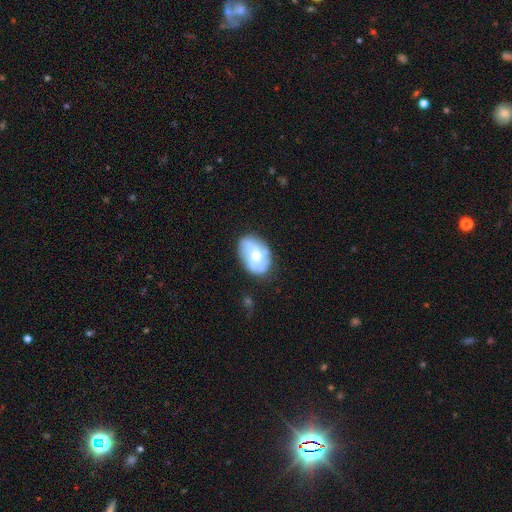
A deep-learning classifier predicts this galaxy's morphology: Smooth or featured: featured or disk — 67% (smooth — 27%)
Edge-on disk: no — 97% (yes — 3%)
Bar: no — 70% (weak — 26%)
Spiral arms: yes — 85% (no — 15%)
Spiral winding: medium — 42% (tight — 30%)
Spiral arm count: 3 — 29% (can't tell — 27%)
Bulge size: moderate — 60% (small — 33%)
Merging: none — 71% (minor disturbance — 20%)